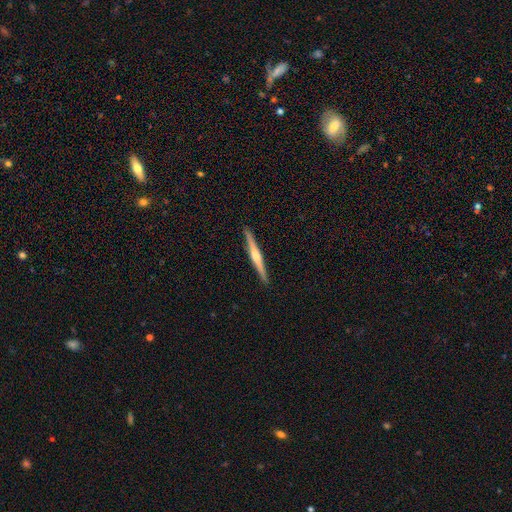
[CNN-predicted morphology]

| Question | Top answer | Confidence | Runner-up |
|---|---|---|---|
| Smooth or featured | featured or disk | 67% | smooth (28%) |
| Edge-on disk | yes | 98% | no (2%) |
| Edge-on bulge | rounded | 71% | none (17%) |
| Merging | none | 92% | minor disturbance (6%) |